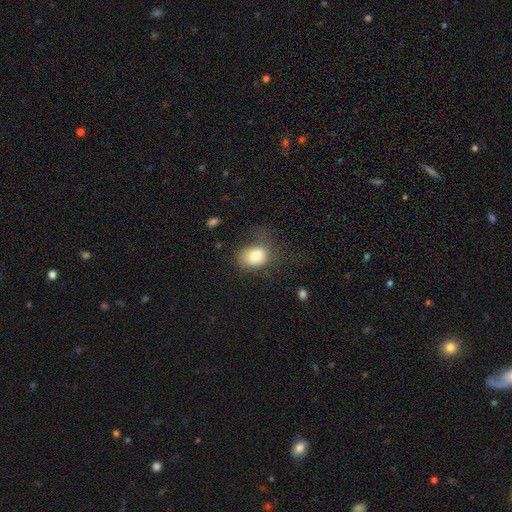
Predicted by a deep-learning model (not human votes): The model was most divided on "merging": none: 39%, minor disturbance: 30%, major disturbance: 28%, merger: 3%. More confident: smooth or featured — smooth (81%); how rounded — in between (59%).